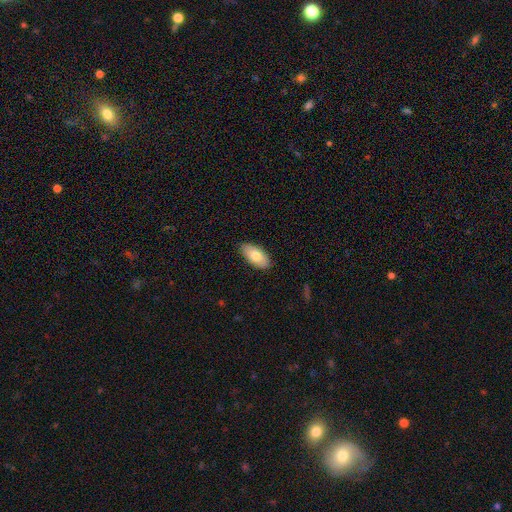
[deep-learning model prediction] This is likely a smooth galaxy (76%). How rounded: clearly in between (93%). Merging: clearly none (86%).